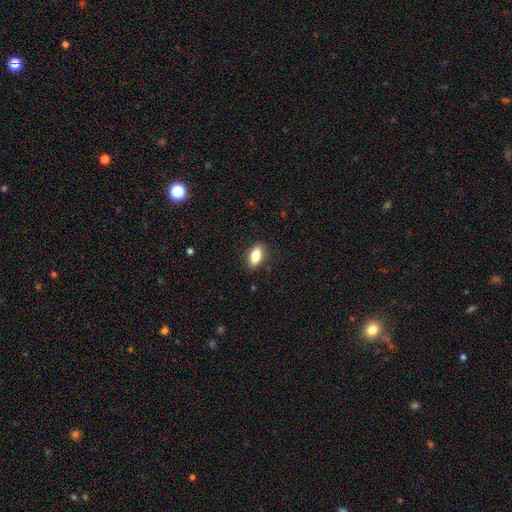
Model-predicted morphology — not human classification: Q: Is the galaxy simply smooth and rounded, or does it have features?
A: smooth — 81%.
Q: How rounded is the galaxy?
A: in between — 85%.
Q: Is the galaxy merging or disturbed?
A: none — 87%.